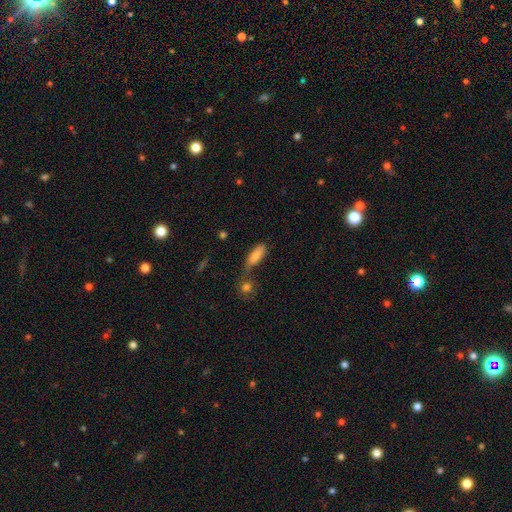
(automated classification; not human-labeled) Overall: smooth (82%). How rounded: in between (69%). Merging: none (41%; merger 33%).